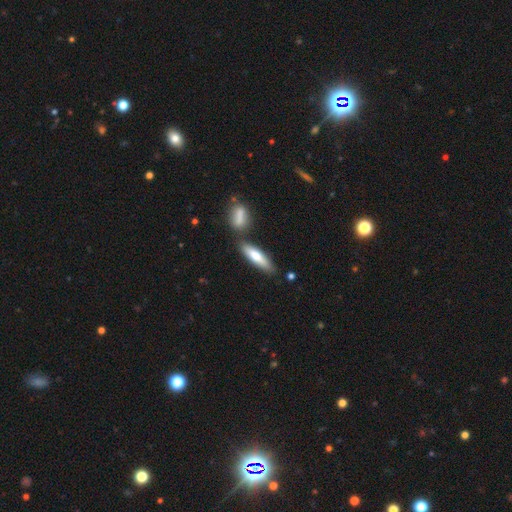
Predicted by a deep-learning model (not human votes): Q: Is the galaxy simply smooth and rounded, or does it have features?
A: smooth — 68%.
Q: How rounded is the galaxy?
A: cigar-shaped — 67%.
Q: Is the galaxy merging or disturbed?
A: none — 70%.